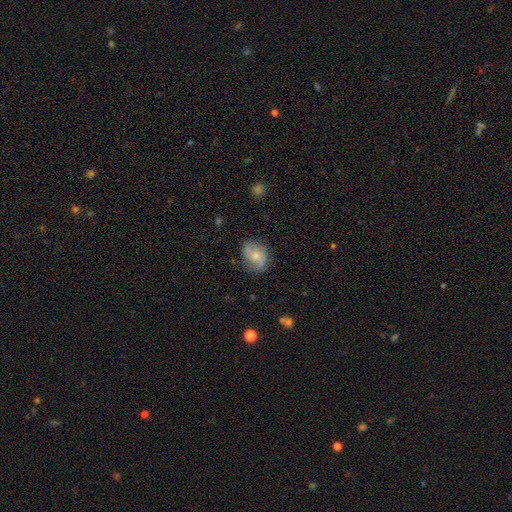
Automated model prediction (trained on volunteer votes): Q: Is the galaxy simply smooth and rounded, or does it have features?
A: smooth — 59%.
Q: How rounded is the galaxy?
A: in between — 63%.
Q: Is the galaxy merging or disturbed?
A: none — 69%.